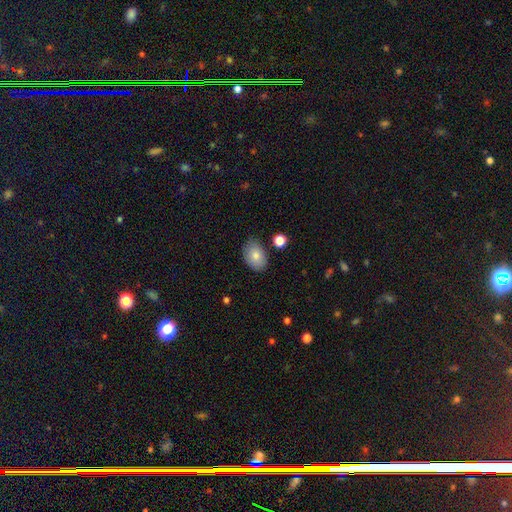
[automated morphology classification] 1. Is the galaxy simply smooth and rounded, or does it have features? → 80% smooth, 13% featured or disk, 7% star or artifact.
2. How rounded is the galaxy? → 82% in between, 17% round, 1% cigar-shaped.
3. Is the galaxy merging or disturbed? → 78% none, 16% minor disturbance, 3% major disturbance, 3% merger.